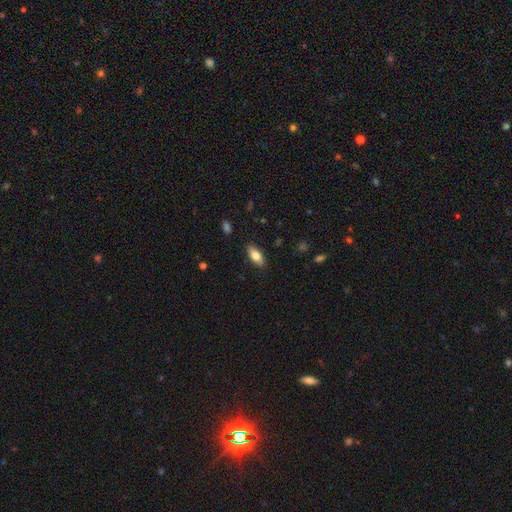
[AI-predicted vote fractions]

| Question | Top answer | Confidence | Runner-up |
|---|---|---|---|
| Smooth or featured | smooth | 77% | featured or disk (17%) |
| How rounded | in between | 80% | cigar-shaped (17%) |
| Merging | none | 88% | minor disturbance (9%) |